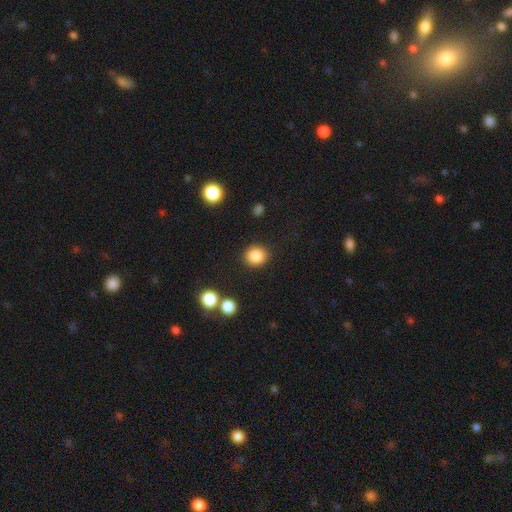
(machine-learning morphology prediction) This is clearly a smooth galaxy (85%). How rounded: clearly round (82%). Merging: clearly none (88%).